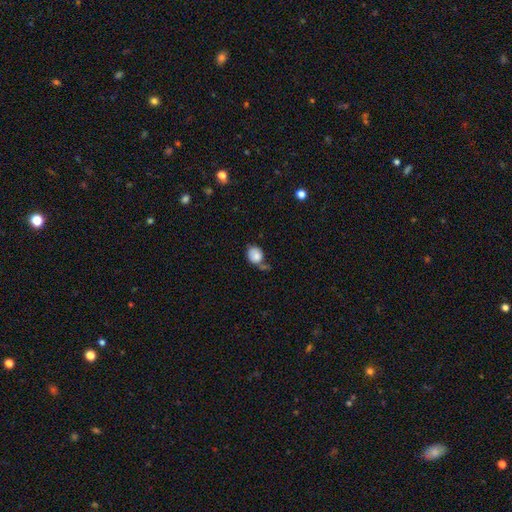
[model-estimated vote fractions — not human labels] smooth-or-featured: smooth: 81% | featured or disk: 10% | star or artifact: 8%
  how-rounded: round: 59% | in between: 40% | cigar-shaped: 1%
  merging: none: 43% | minor disturbance: 25% | merger: 20% | major disturbance: 12%